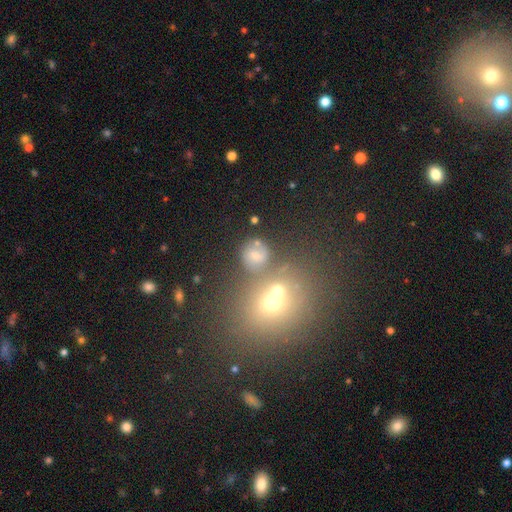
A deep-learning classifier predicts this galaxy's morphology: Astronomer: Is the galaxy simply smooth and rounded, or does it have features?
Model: smooth — 56%.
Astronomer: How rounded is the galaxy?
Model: round — 80%.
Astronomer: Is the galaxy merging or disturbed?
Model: none — 60%.